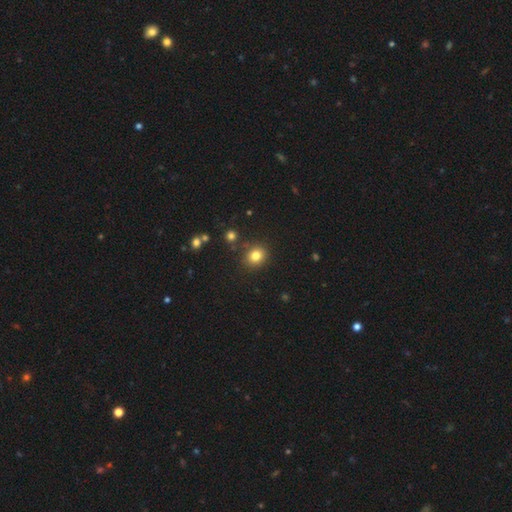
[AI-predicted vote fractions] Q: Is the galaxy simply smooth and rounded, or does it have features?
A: smooth — 81%.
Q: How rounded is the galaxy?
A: round — 69%.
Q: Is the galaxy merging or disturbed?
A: none — 84%.